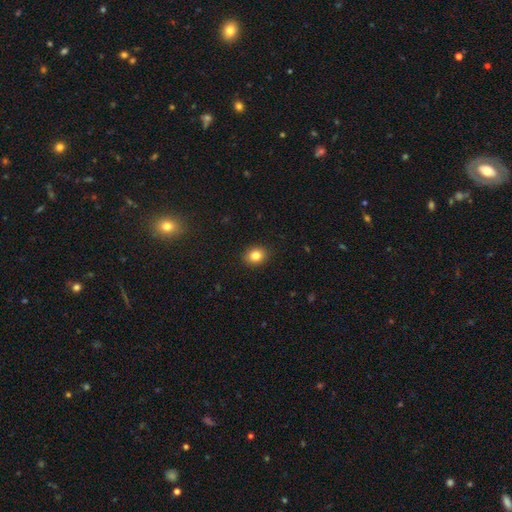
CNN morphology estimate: This appears to be a smooth galaxy with no disk features (83%) that is round (63%). Merging: none (91%).